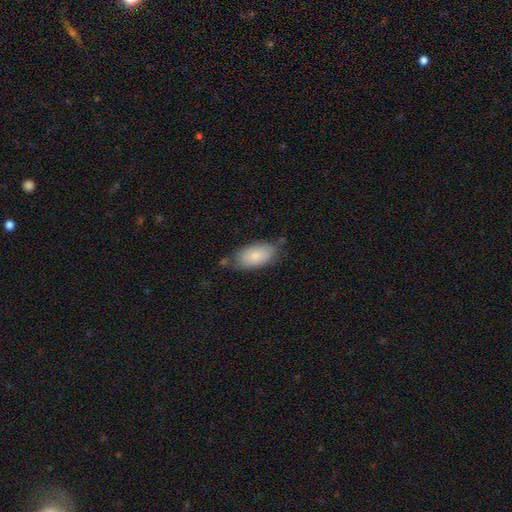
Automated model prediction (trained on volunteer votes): Morphology: type=smooth (83%); roundness=in between (94%); merging=none (69%).